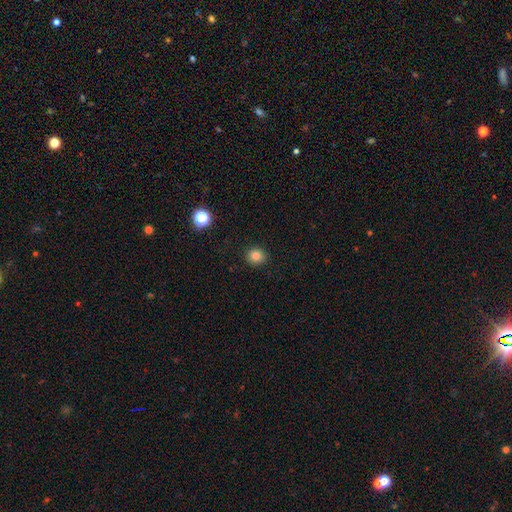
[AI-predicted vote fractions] This appears to be a smooth galaxy with no disk features (82%) that is round (87%). Merging: none (91%).